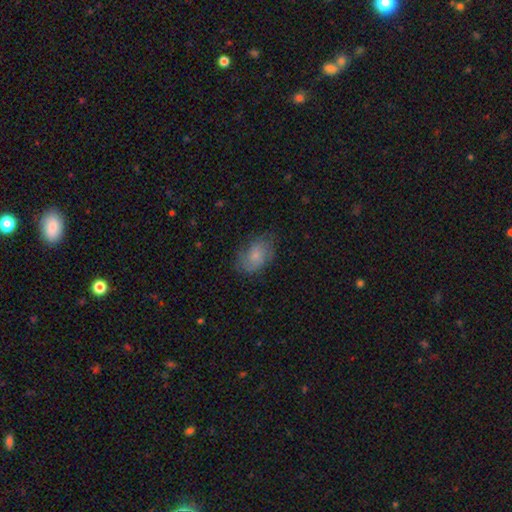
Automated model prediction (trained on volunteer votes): Smooth or featured: smooth — 64% (featured or disk — 28%)
How rounded: in between — 81% (round — 17%)
Merging: none — 66% (minor disturbance — 24%)